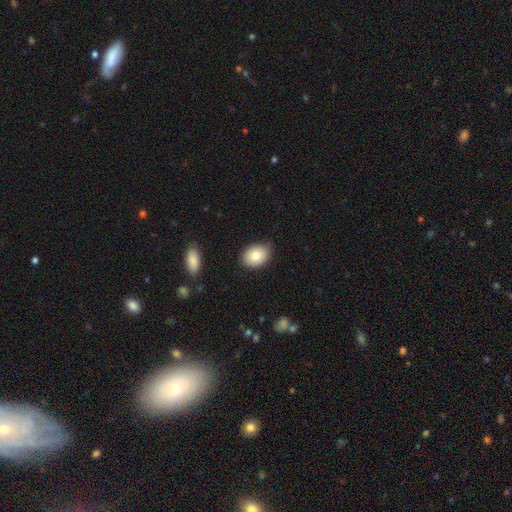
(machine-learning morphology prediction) type=smooth (82%); roundness=in between (73%); merging=none (83%).